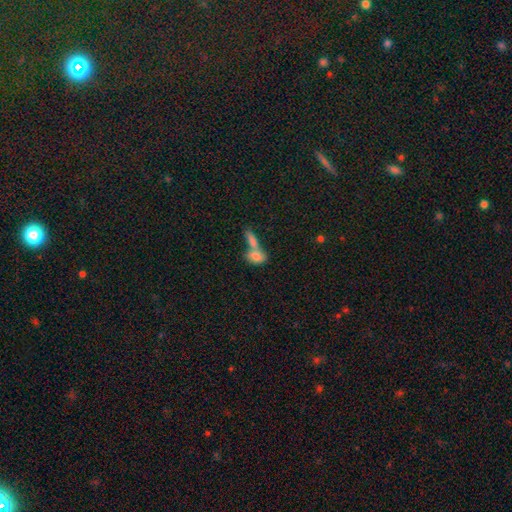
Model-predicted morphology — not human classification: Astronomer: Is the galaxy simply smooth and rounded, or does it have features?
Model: smooth — 79%.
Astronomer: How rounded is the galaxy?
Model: in between — 82%.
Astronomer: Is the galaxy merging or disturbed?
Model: merger — 61%.